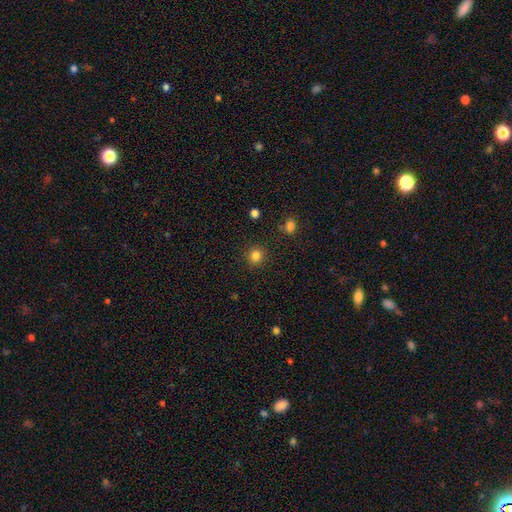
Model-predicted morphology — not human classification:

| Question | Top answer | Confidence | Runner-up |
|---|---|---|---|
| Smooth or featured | smooth | 83% | star or artifact (13%) |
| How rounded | round | 92% | in between (7%) |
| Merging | none | 90% | minor disturbance (6%) |